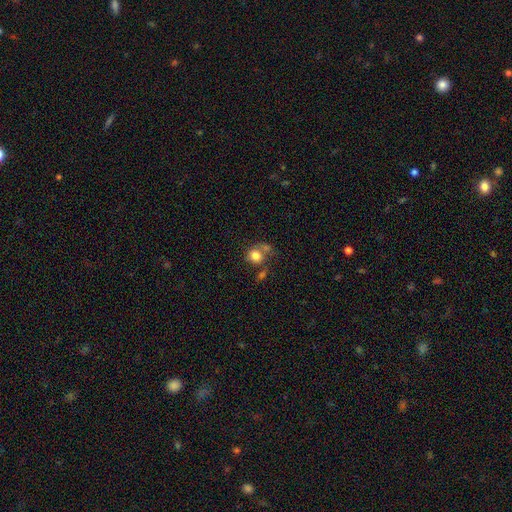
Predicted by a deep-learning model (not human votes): Smooth or featured? Predicted: smooth (p=0.79). How rounded? Predicted: round (p=0.74). Merging? Predicted: none (p=0.42).